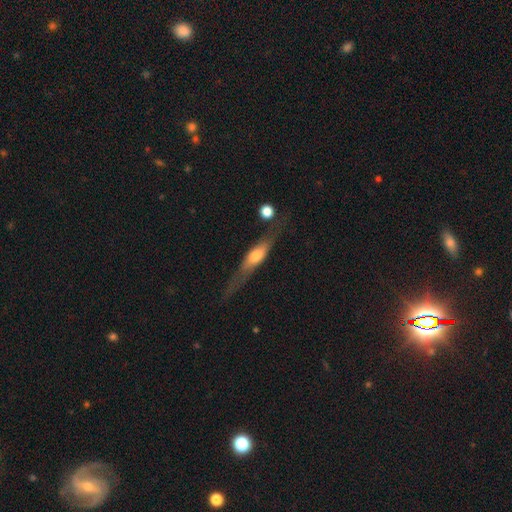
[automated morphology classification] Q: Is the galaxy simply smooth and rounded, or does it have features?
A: featured or disk — 59%.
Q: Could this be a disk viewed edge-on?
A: yes — 88%.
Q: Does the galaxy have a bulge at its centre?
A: rounded — 82%.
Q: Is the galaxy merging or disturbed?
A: none — 66%.